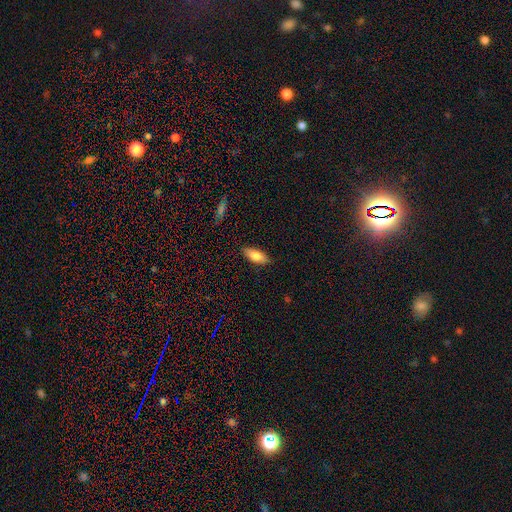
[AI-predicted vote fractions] smooth-or-featured: smooth: 82% | featured or disk: 11% | star or artifact: 6%
  how-rounded: in between: 79% | cigar-shaped: 19% | round: 2%
  merging: none: 86% | minor disturbance: 11% | major disturbance: 2% | merger: 1%